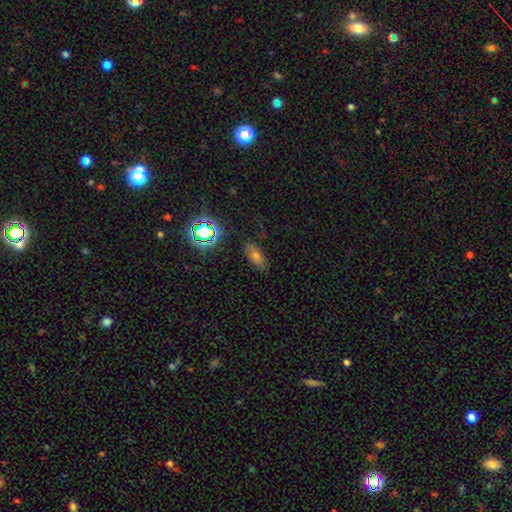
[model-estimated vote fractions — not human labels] smooth-or-featured: smooth: 64% | star or artifact: 24% | featured or disk: 13%
  how-rounded: in between: 84% | cigar-shaped: 10% | round: 7%
  merging: none: 78% | minor disturbance: 15% | major disturbance: 5% | merger: 2%